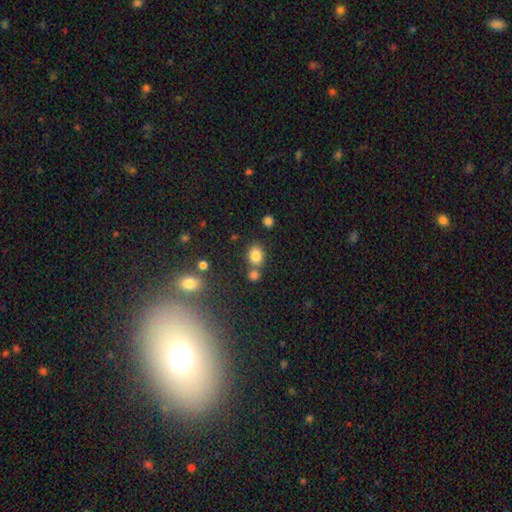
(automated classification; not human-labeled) Overall: smooth (82%). How rounded: in between (51%; round 48%). Merging: none (63%).